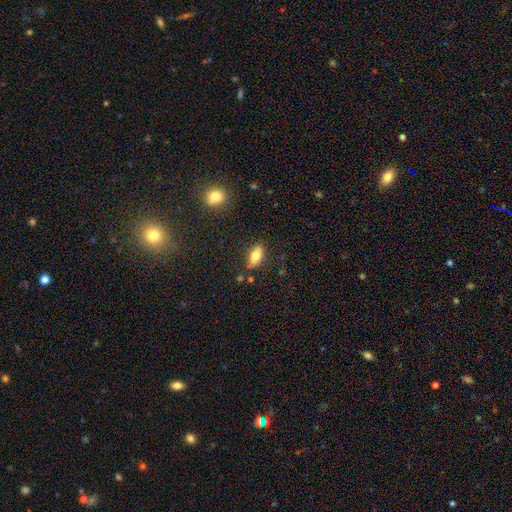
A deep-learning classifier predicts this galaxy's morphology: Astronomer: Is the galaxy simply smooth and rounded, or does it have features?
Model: smooth — 76%.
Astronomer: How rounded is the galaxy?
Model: in between — 85%.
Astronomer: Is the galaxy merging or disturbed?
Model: none — 82%.